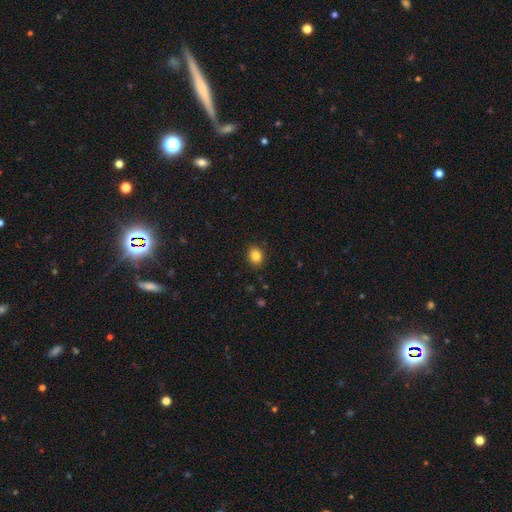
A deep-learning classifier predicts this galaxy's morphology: The model was most divided on "how rounded": in between: 51%, round: 49%, cigar-shaped: 1%. More confident: merging — none (89%); smooth or featured — smooth (84%).